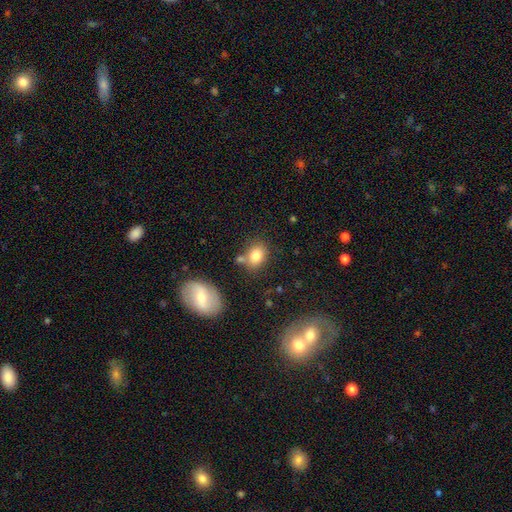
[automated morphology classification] Smooth or featured: smooth — 80% (featured or disk — 10%)
How rounded: in between — 62% (round — 37%)
Merging: none — 66% (minor disturbance — 15%)